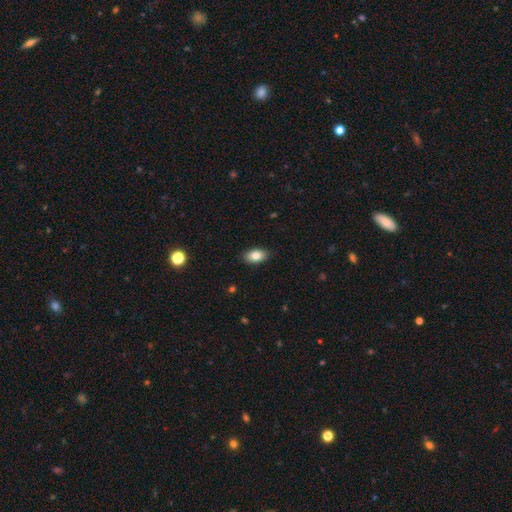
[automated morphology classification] Smooth or featured? Predicted: smooth (p=0.83). How rounded? Predicted: in between (p=0.91). Merging? Predicted: none (p=0.88).